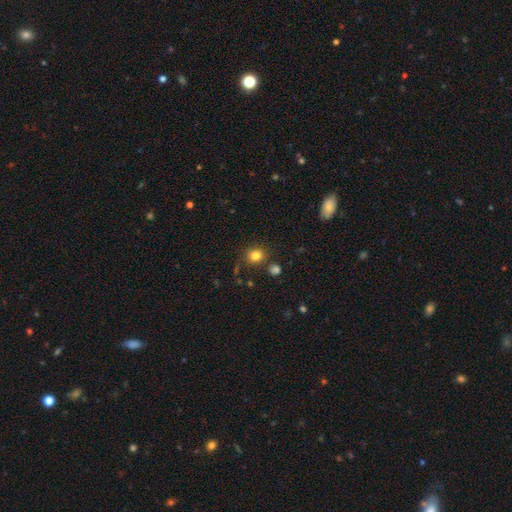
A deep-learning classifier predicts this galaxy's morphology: smooth_or_featured: smooth (p=0.81) [alt: star or artifact p=0.13]
how_rounded: round (p=0.81) [alt: in between p=0.18]
merging: none (p=0.80) [alt: minor disturbance p=0.10]